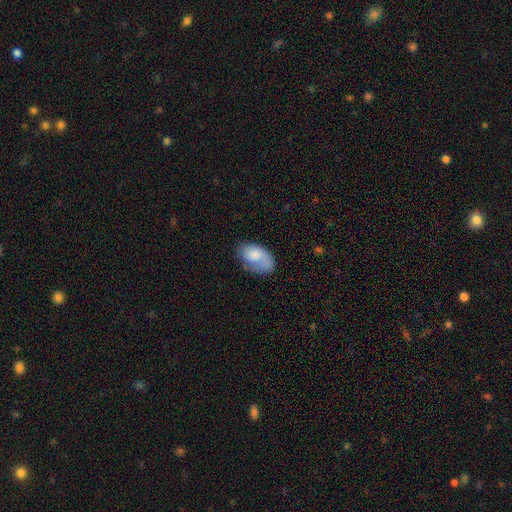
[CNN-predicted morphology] Q: Smooth or featured?
A: smooth (65%); runner-up: featured or disk (29%)
Q: How rounded?
A: in between (92%); runner-up: round (7%)
Q: Merging?
A: none (48%); runner-up: minor disturbance (28%)